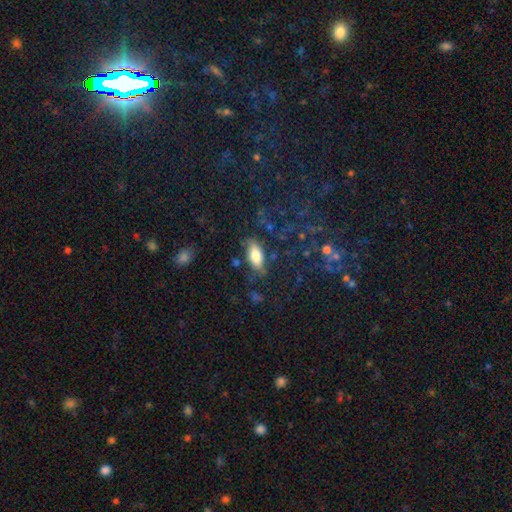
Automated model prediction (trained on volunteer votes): Overall: smooth (77%). How rounded: in between (82%). Merging: none (74%).